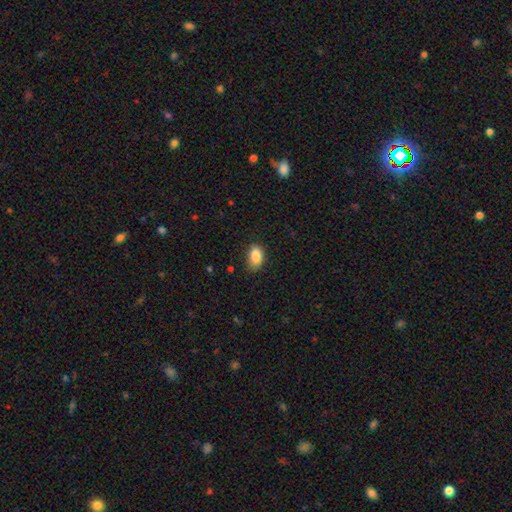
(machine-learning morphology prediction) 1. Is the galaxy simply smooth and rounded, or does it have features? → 88% smooth, 8% star or artifact, 4% featured or disk.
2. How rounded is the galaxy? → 90% in between, 8% round, 2% cigar-shaped.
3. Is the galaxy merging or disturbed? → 74% none, 21% minor disturbance, 4% major disturbance, 1% merger.